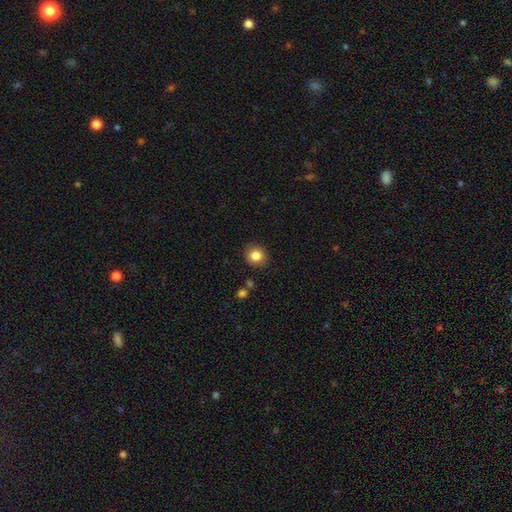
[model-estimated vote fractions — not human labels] smooth_or_featured: smooth (p=0.85) [alt: star or artifact p=0.10]
how_rounded: round (p=0.85) [alt: in between p=0.14]
merging: none (p=0.89) [alt: minor disturbance p=0.07]